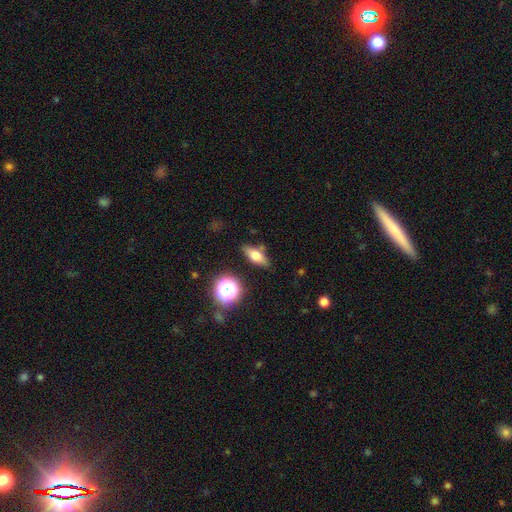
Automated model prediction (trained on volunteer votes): A smooth galaxy with no disk features (64%) that is in between round and cigar-shaped (65%).

Vote fractions:
- Smooth or featured? smooth: 64% / featured or disk: 24% / star or artifact: 12%
- How rounded? in between: 65% / cigar-shaped: 24% / round: 11%
- Merging? none: 80% / minor disturbance: 13% / merger: 4% / major disturbance: 3%